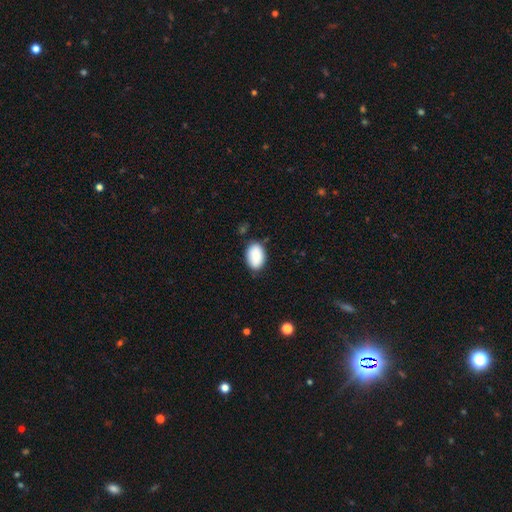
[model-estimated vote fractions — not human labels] Smooth or featured? smooth (88%)
How rounded? in between (90%)
Merging? none (78%)